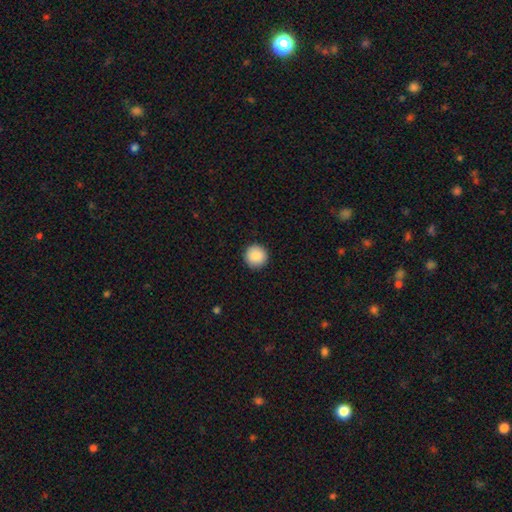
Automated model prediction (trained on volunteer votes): Smooth or featured? Predicted: smooth (p=0.89). How rounded? Predicted: round (p=0.96). Merging? Predicted: none (p=0.93).